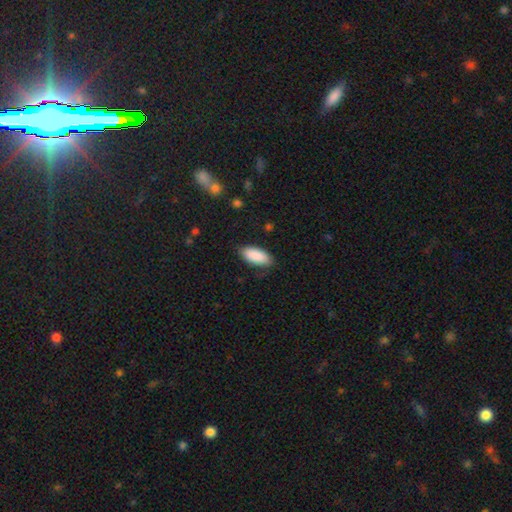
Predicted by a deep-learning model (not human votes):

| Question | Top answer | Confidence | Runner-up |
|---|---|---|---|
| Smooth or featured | smooth | 89% | star or artifact (6%) |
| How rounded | in between | 88% | cigar-shaped (10%) |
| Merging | none | 81% | minor disturbance (15%) |